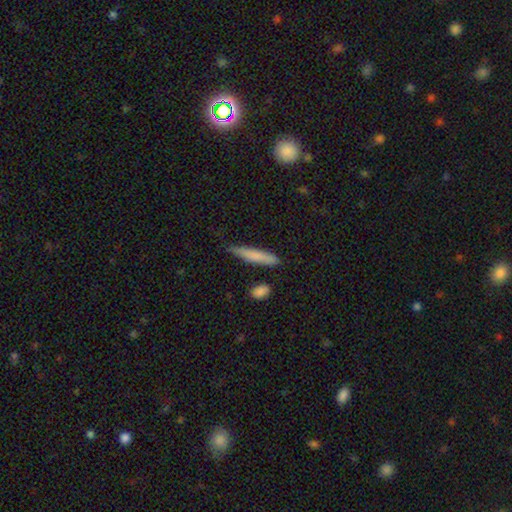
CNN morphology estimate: The model was most divided on "merging": none: 75%, minor disturbance: 19%, merger: 4%, major disturbance: 3%. More confident: how rounded — cigar-shaped (90%); smooth or featured — smooth (75%).